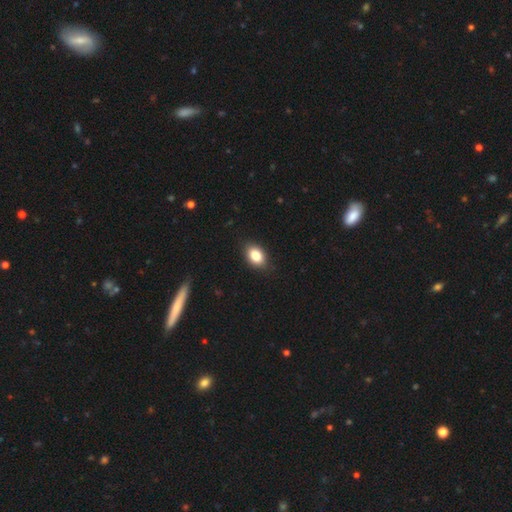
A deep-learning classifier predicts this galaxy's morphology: Q: Smooth or featured?
A: smooth (84%); runner-up: star or artifact (8%)
Q: How rounded?
A: in between (82%); runner-up: round (16%)
Q: Merging?
A: none (86%); runner-up: minor disturbance (10%)